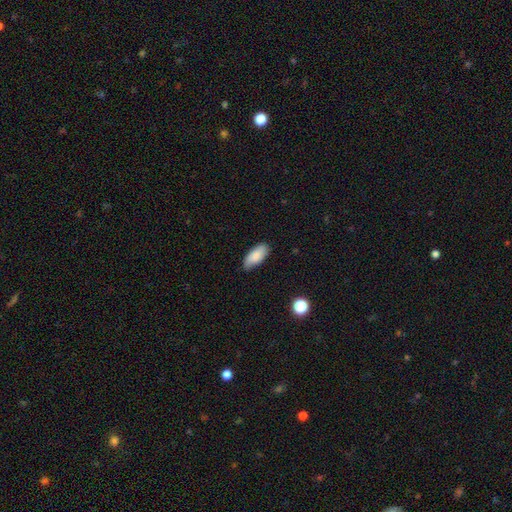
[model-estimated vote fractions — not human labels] This is clearly a smooth galaxy (83%). How rounded: clearly in between (88%). Merging: likely none (75%).